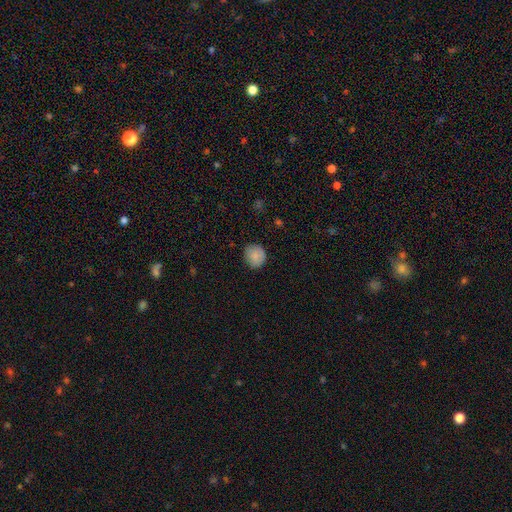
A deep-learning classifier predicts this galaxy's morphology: A smooth galaxy with no disk features (85%) that is round (87%). Merging: none (85%).